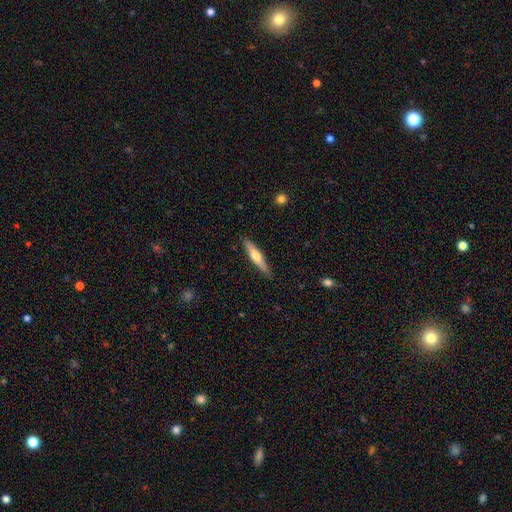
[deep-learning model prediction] This appears to be a featured or disk galaxy (51%) viewed edge-on (95%). Merging: none (88%).